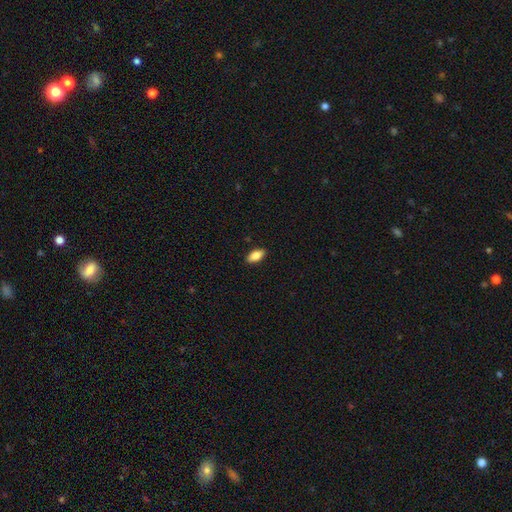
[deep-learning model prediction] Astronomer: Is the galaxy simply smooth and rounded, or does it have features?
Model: smooth — 81%.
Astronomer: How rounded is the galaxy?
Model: in between — 89%.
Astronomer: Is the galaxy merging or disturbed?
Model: none — 90%.